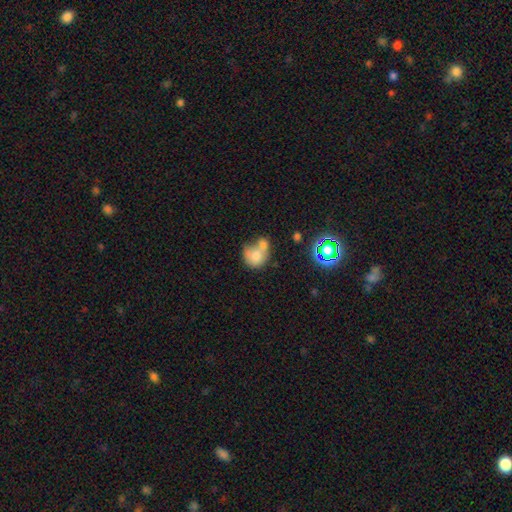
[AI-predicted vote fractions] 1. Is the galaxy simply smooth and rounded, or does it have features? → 73% smooth, 16% featured or disk, 11% star or artifact.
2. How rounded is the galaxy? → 71% round, 28% in between, 1% cigar-shaped.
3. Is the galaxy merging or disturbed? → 58% merger, 25% none, 11% minor disturbance, 6% major disturbance.